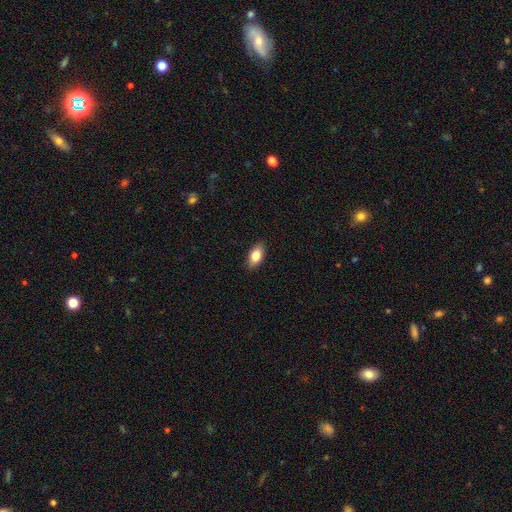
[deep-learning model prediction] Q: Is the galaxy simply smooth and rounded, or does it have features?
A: smooth — 80%.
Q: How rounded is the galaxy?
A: in between — 89%.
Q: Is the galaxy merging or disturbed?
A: none — 89%.